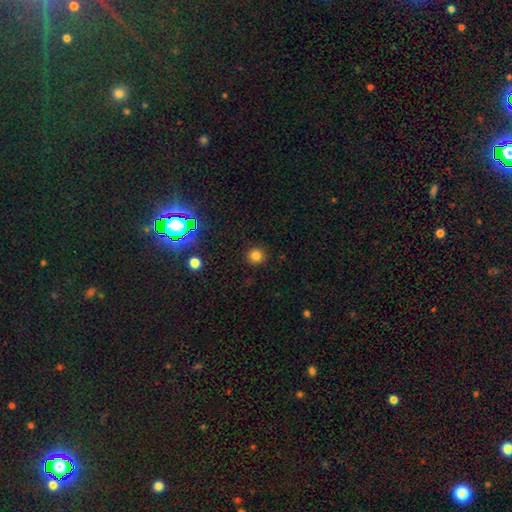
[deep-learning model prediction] smooth 80%, star or artifact 15%, featured or disk 5%. Down the decision tree: how rounded — round (94%); merging — none (91%).